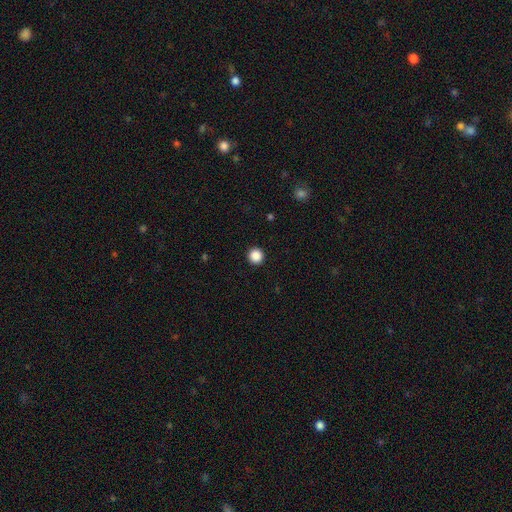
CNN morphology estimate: This appears to be a smooth galaxy with no disk features (88%) that is round (95%). Merging: none (93%).